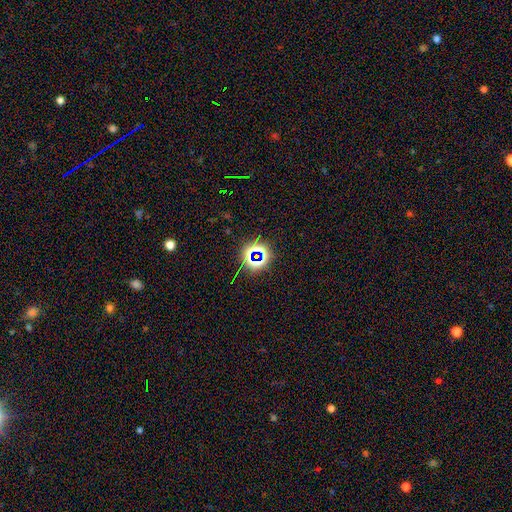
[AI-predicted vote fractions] Smooth or featured? star or artifact (74%)